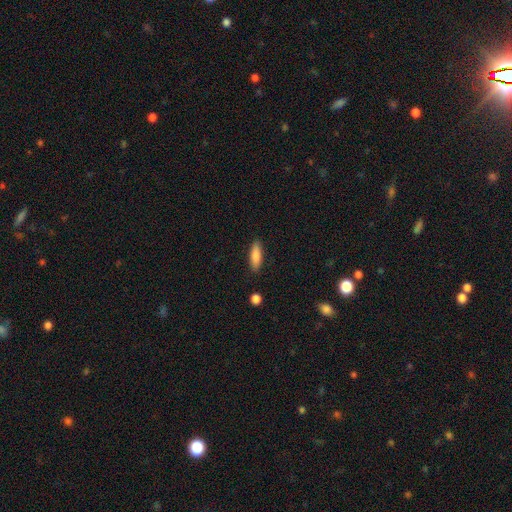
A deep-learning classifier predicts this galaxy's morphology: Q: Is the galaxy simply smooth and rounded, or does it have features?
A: smooth — 84%.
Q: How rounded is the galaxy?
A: in between — 50%.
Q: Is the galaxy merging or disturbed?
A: none — 87%.